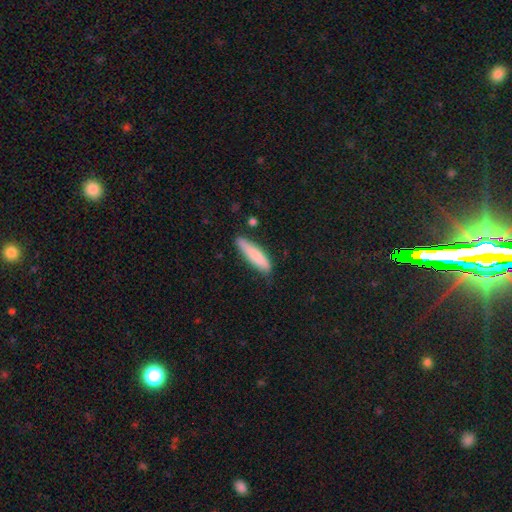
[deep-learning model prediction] Smooth or featured? Predicted: smooth (p=0.83). How rounded? Predicted: cigar-shaped (p=0.78). Merging? Predicted: none (p=0.72).